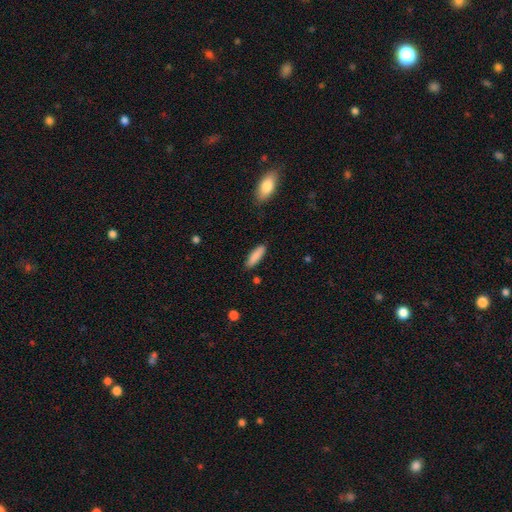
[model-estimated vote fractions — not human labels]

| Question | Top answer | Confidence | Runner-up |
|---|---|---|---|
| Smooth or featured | smooth | 87% | featured or disk (6%) |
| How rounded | cigar-shaped | 60% | in between (39%) |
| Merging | none | 87% | minor disturbance (9%) |